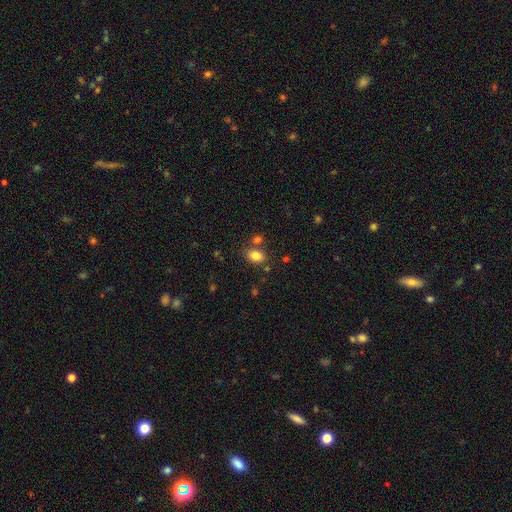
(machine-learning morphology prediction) This appears to be a smooth galaxy with no disk features (82%) that is in between round and cigar-shaped (74%). Merging: none (70%).